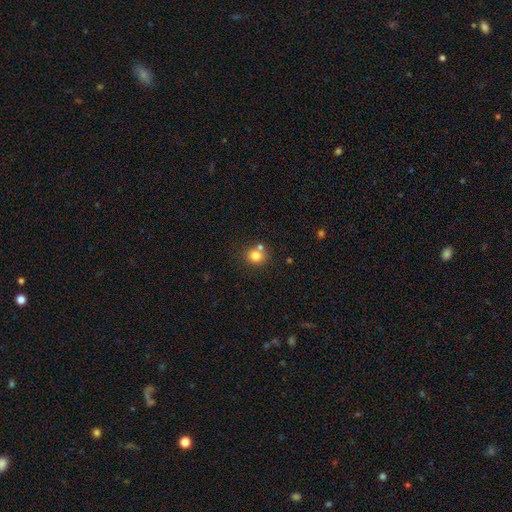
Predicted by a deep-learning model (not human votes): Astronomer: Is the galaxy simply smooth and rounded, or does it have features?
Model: smooth — 79%.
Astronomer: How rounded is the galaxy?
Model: round — 82%.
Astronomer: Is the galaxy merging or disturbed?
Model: none — 61%.